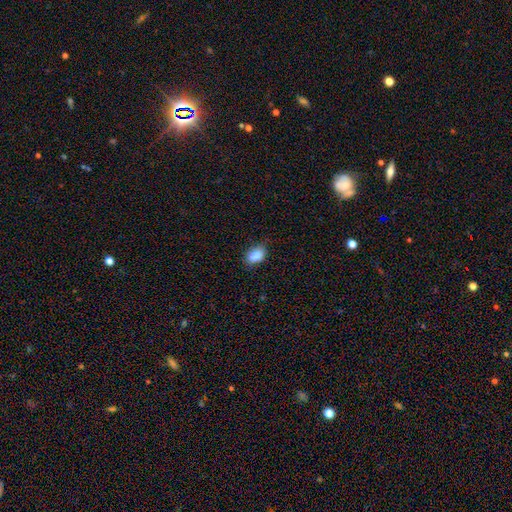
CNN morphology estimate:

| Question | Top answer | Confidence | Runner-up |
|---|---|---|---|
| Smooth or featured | smooth | 88% | star or artifact (8%) |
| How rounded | in between | 87% | round (11%) |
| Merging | none | 74% | minor disturbance (21%) |